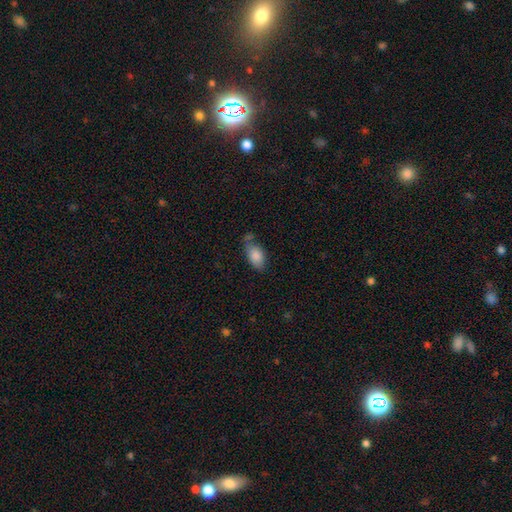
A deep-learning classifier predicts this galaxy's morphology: smooth-or-featured: smooth: 85% | featured or disk: 7% | star or artifact: 7%
  how-rounded: in between: 92% | round: 5% | cigar-shaped: 3%
  merging: none: 57% | minor disturbance: 24% | merger: 12% | major disturbance: 7%